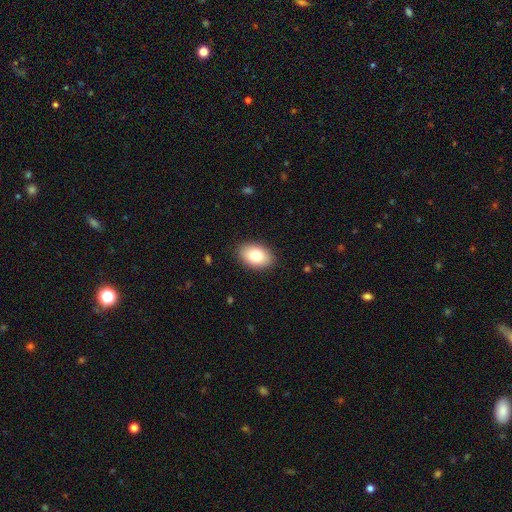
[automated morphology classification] A smooth galaxy with no disk features (82%) that is in between round and cigar-shaped (88%). Merging: none (88%).